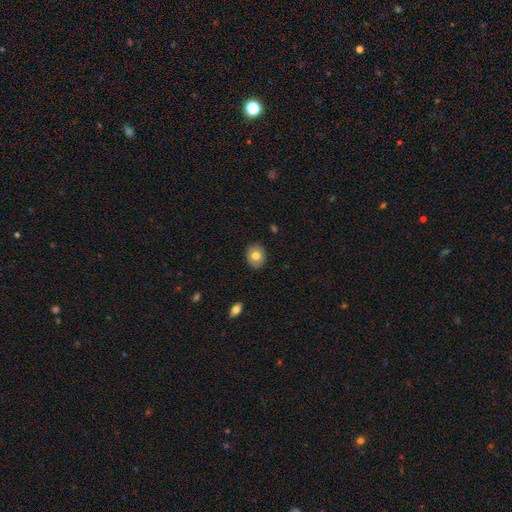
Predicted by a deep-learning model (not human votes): This appears to be a smooth galaxy with no disk features (76%) that is round (58%). Merging: none (89%).